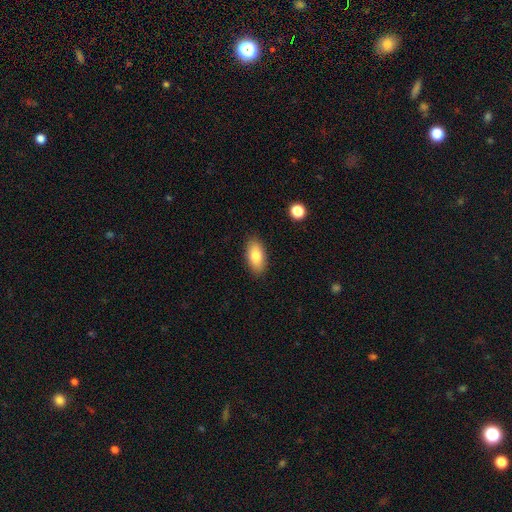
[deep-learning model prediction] smooth_or_featured: smooth (p=0.80) [alt: featured or disk p=0.13]
how_rounded: in between (p=0.91) [alt: cigar-shaped p=0.06]
merging: none (p=0.88) [alt: minor disturbance p=0.09]